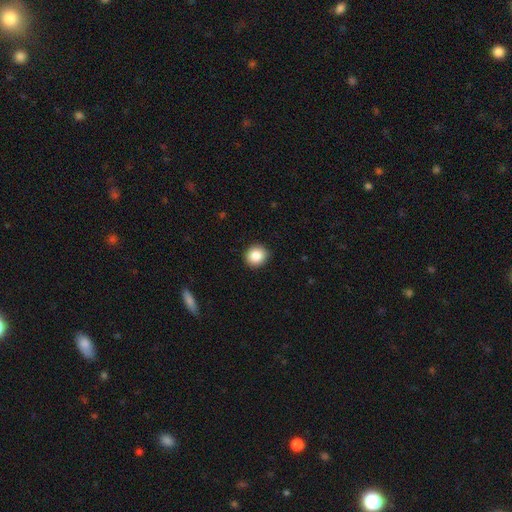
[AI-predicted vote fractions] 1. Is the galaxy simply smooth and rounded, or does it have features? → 87% smooth, 9% star or artifact, 4% featured or disk.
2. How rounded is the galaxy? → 87% round, 12% in between, 1% cigar-shaped.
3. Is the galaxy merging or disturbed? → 91% none, 6% minor disturbance, 2% major disturbance, 1% merger.